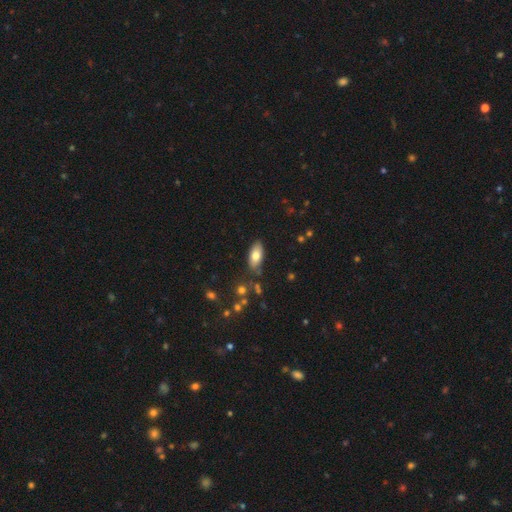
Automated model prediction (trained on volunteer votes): Smooth or featured? smooth (77%)
How rounded? in between (89%)
Merging? none (80%)